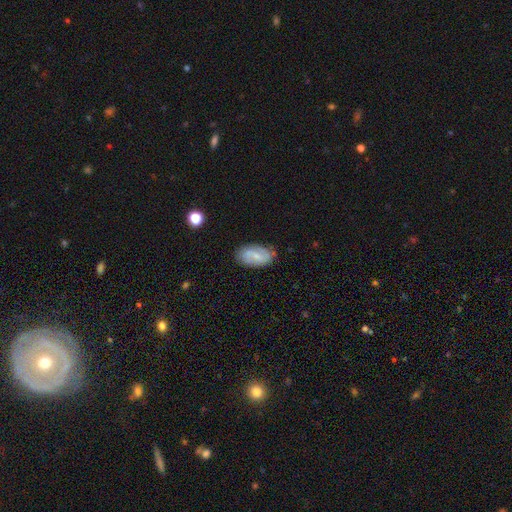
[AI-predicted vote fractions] This is possibly a featured or disk galaxy (49%). Merging: clearly none (80%).